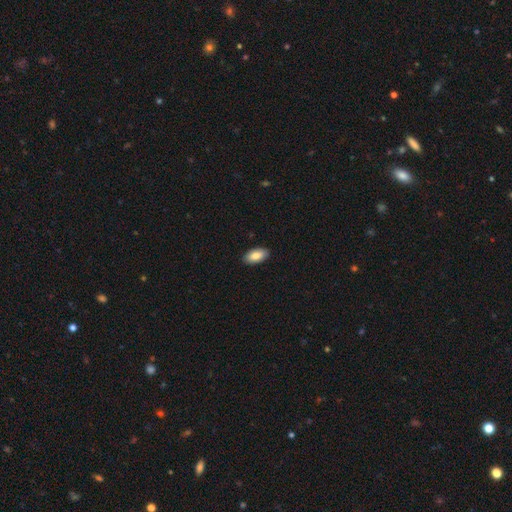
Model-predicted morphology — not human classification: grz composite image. It shows a smooth galaxy with no disk features (85%) that is in between round and cigar-shaped (94%). Merging: none (90%).